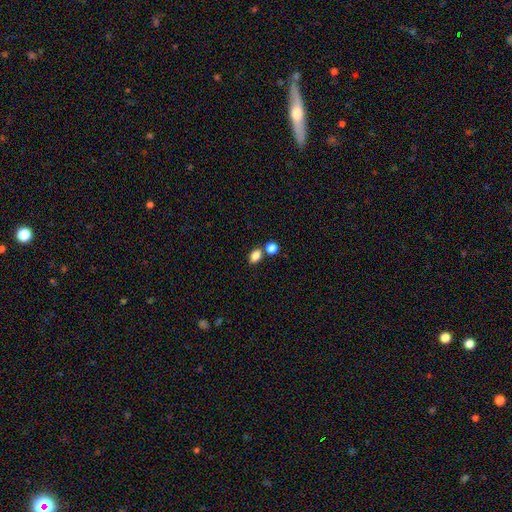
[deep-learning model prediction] Smooth or featured? smooth (84%)
How rounded? in between (76%)
Merging? none (65%)